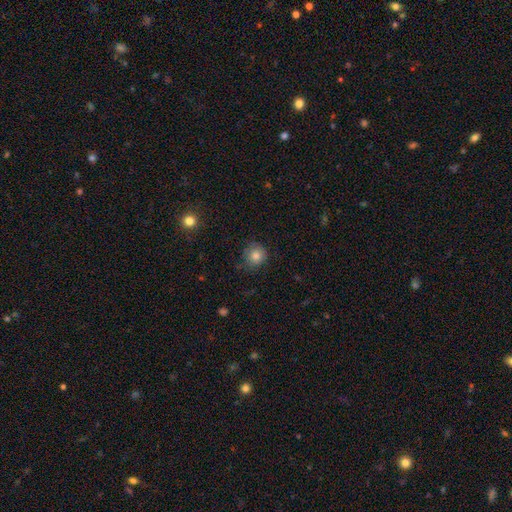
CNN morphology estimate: Smooth or featured? Predicted: smooth (p=0.82). How rounded? Predicted: round (p=0.87). Merging? Predicted: none (p=0.74).